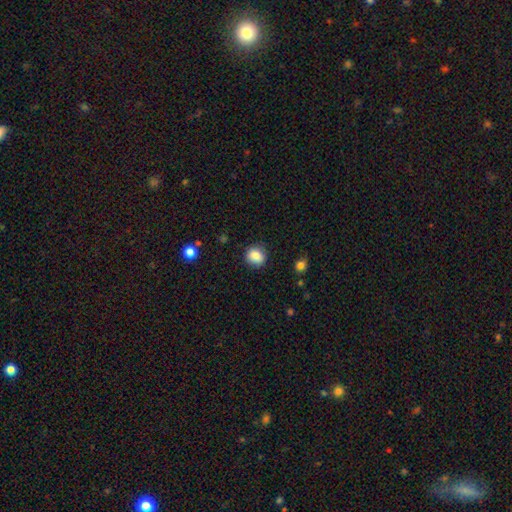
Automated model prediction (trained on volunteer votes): A smooth galaxy with no disk features (85%) that is round (80%).

Vote fractions:
- Smooth or featured? smooth: 85% / star or artifact: 9% / featured or disk: 6%
- How rounded? round: 80% / in between: 19% / cigar-shaped: 1%
- Merging? none: 86% / minor disturbance: 10% / major disturbance: 3% / merger: 1%